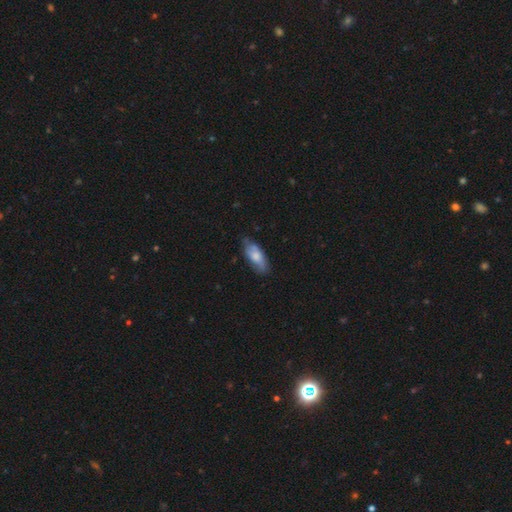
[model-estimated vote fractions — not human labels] This appears to be a smooth galaxy with no disk features (61%) that is in between round and cigar-shaped (77%). Merging: none (66%).